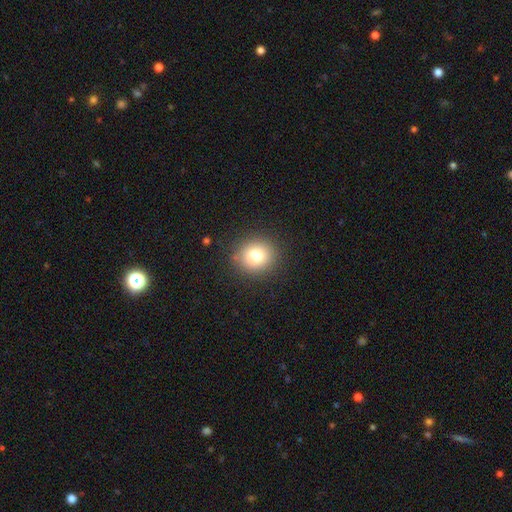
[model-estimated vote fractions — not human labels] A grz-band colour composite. It shows a smooth galaxy with no disk features (79%) that is round (82%). Merging: none (89%).